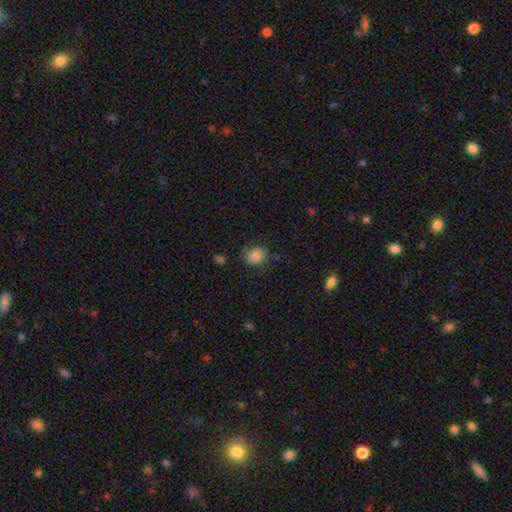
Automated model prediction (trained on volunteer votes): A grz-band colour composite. It shows a smooth galaxy with no disk features (82%) that is round (65%). Merging: none (76%).